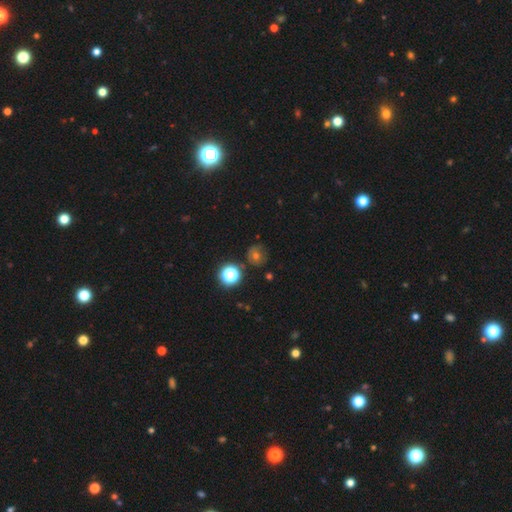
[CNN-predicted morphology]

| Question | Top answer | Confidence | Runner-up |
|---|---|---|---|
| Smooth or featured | smooth | 46% | star or artifact (38%) |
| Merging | none | 82% | minor disturbance (11%) |